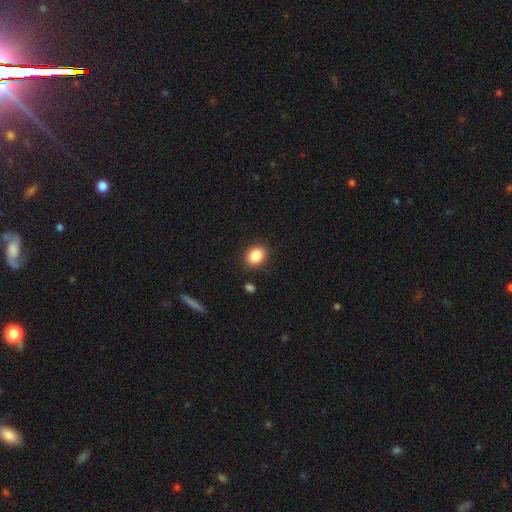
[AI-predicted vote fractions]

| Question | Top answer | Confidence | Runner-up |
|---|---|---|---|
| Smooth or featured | smooth | 86% | star or artifact (9%) |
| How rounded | round | 50% | in between (49%) |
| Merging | none | 87% | minor disturbance (9%) |